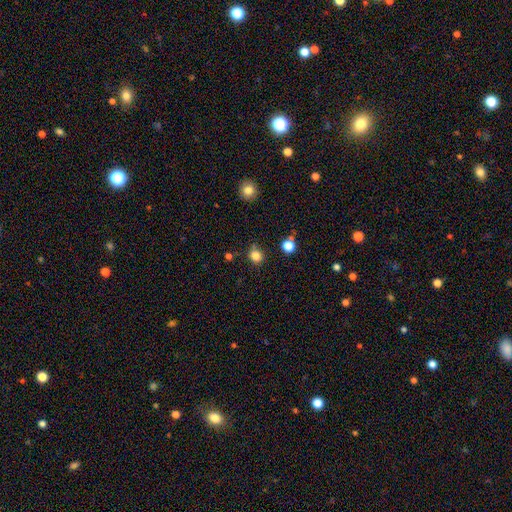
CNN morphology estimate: Q: Smooth or featured?
A: smooth (82%); runner-up: star or artifact (14%)
Q: How rounded?
A: round (83%); runner-up: in between (16%)
Q: Merging?
A: none (76%); runner-up: minor disturbance (16%)